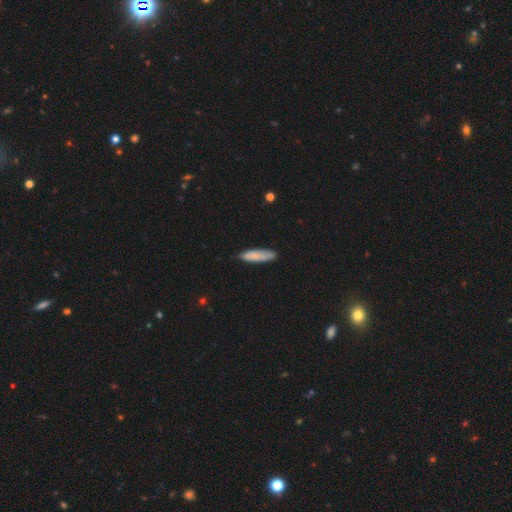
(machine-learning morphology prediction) Overall: smooth (81%). How rounded: cigar-shaped (70%). Merging: none (77%).